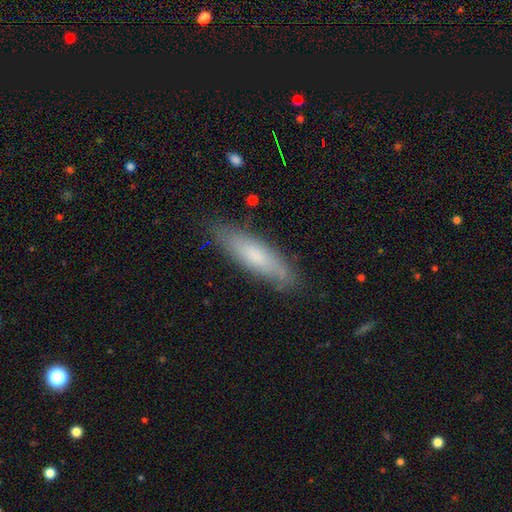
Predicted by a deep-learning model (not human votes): The model was most divided on "how rounded": cigar-shaped: 59%, in between: 39%, round: 2%. More confident: merging — none (81%); smooth or featured — smooth (67%).